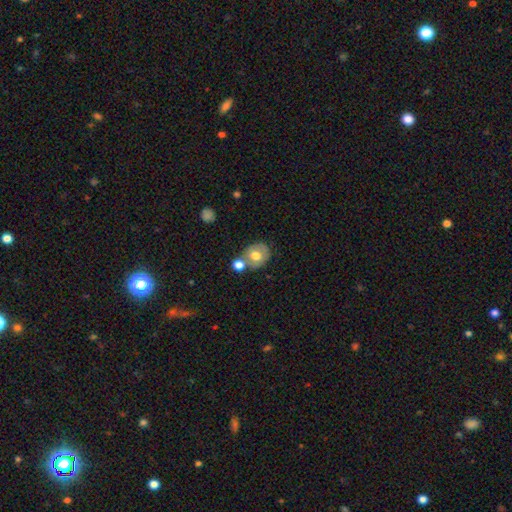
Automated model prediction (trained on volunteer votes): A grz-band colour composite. It shows a smooth galaxy with no disk features (66%) that is round (62%). Merging: none (48%).